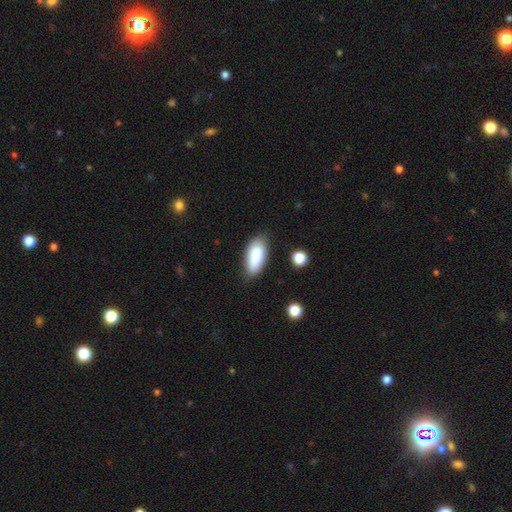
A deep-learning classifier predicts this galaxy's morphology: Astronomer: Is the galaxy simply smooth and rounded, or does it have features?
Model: smooth — 87%.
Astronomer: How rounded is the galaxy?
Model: in between — 89%.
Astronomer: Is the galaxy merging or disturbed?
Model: none — 78%.